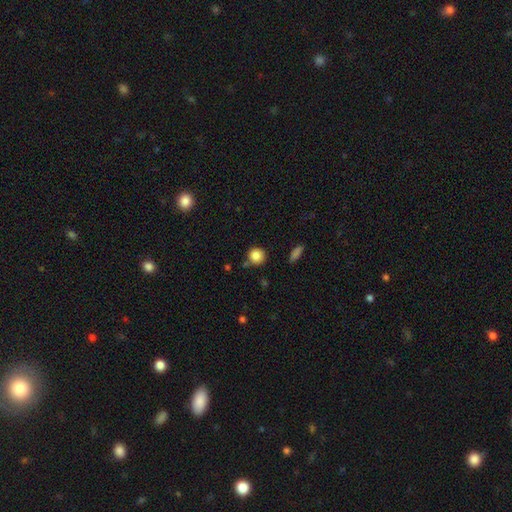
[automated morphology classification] This appears to be a smooth galaxy with no disk features (85%) that is round (91%). Merging: none (80%).